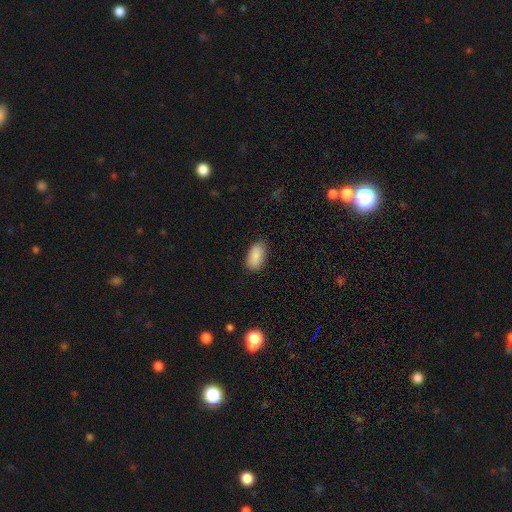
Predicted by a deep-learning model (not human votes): This appears to be a smooth galaxy with no disk features (88%) that is in between round and cigar-shaped (94%). Merging: none (83%).